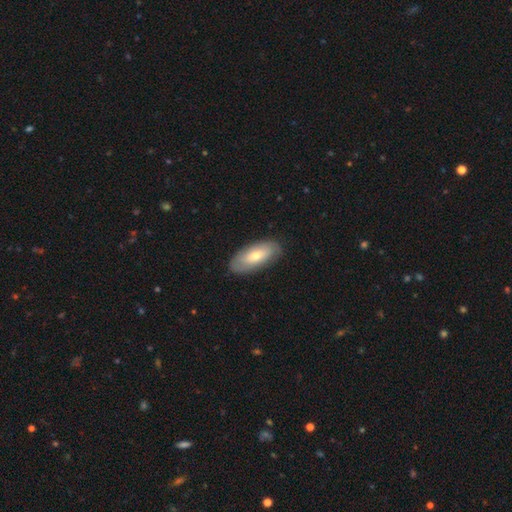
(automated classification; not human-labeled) The model was most divided on "smooth or featured": smooth: 65%, featured or disk: 29%, star or artifact: 6%. More confident: merging — none (85%); how rounded — in between (85%).